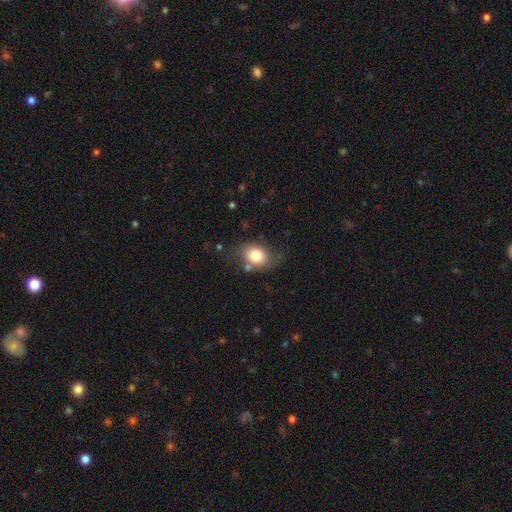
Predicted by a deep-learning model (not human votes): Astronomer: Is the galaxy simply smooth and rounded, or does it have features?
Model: smooth — 78%.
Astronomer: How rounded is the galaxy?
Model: in between — 64%.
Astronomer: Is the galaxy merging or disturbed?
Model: none — 64%.